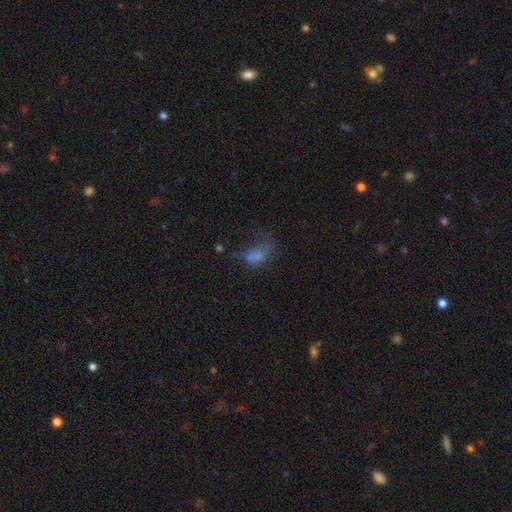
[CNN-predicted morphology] Smooth or featured?
  - smooth: 61% *
  - featured or disk: 21%
  - star or artifact: 18%
How rounded?
  - in between: 83% *
  - round: 13%
  - cigar-shaped: 4%
Merging?
  - major disturbance: 43% *
  - none: 27%
  - minor disturbance: 21%
  - merger: 10%